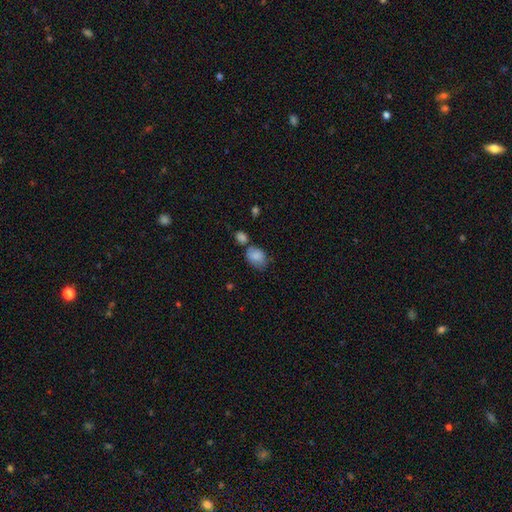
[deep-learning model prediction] Morphology: type=smooth (84%); roundness=in between (74%); merging=none (46%).